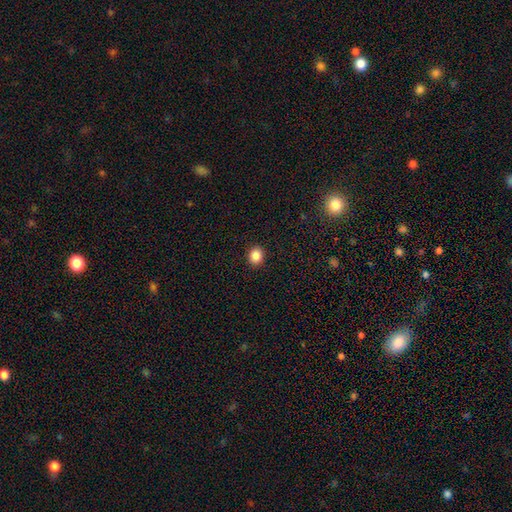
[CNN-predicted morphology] smooth 87%, star or artifact 10%, featured or disk 3%. Down the decision tree: how rounded — round (63%); merging — none (91%).